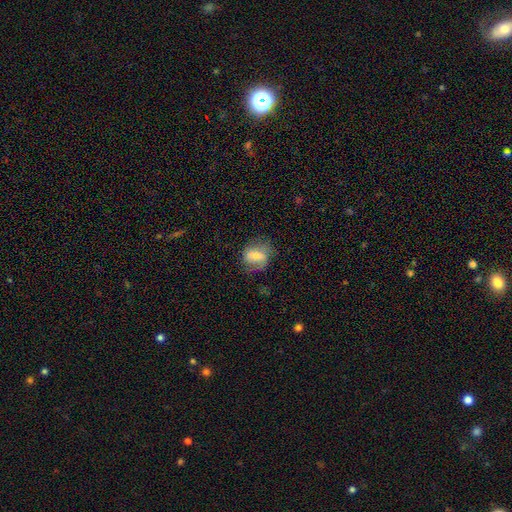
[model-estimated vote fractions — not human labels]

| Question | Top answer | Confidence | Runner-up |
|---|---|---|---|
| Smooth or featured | smooth | 51% | featured or disk (40%) |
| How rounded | in between | 57% | round (41%) |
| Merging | none | 55% | minor disturbance (25%) |